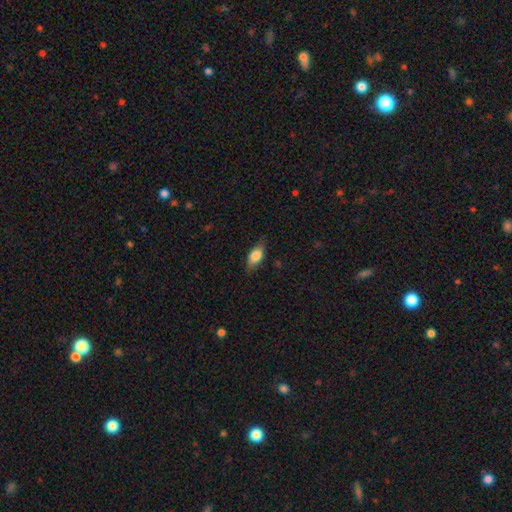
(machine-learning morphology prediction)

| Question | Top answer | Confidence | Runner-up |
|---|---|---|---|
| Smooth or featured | smooth | 79% | featured or disk (14%) |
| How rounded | in between | 86% | cigar-shaped (9%) |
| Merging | none | 76% | minor disturbance (18%) |